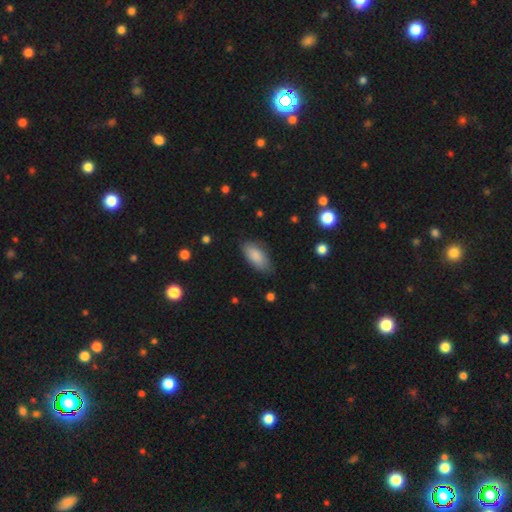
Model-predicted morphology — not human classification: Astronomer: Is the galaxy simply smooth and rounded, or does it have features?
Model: smooth — 86%.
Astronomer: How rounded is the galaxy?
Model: in between — 88%.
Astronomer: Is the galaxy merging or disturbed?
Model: none — 80%.